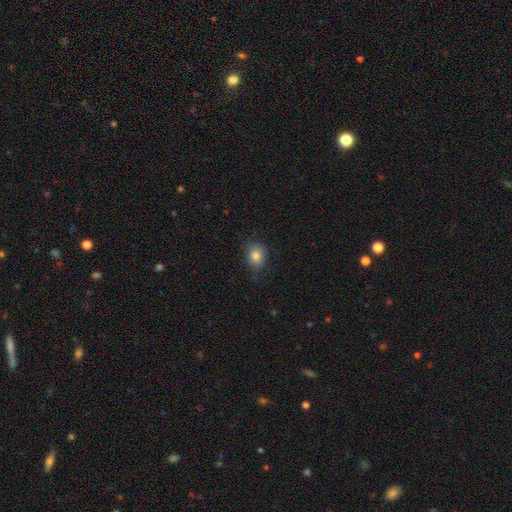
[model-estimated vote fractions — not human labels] Smooth or featured? smooth (83%)
How rounded? in between (55%)
Merging? none (74%)